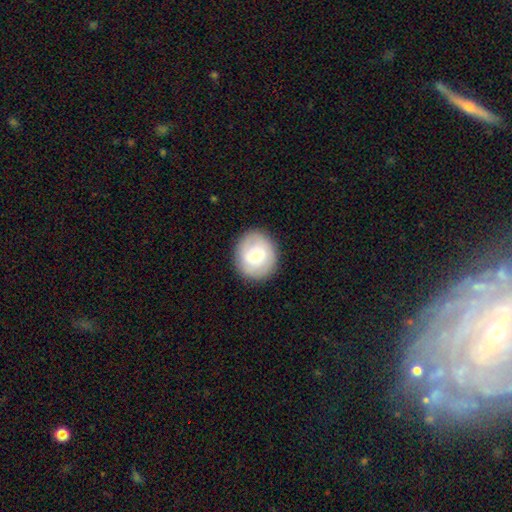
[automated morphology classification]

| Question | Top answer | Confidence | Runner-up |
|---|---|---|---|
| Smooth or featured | smooth | 55% | featured or disk (38%) |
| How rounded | round | 79% | in between (20%) |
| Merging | none | 87% | minor disturbance (9%) |